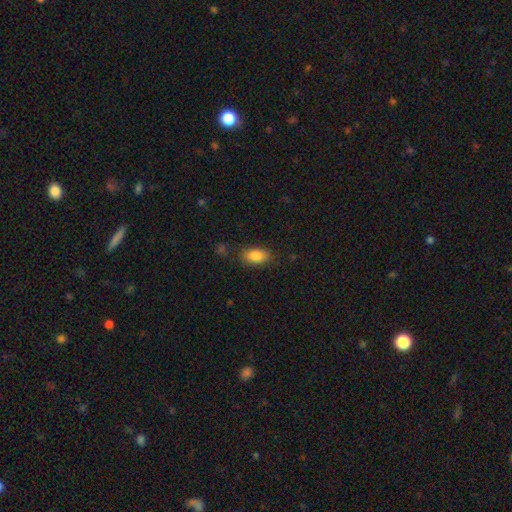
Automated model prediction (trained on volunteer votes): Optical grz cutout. It shows a smooth galaxy with no disk features (85%) that is in between round and cigar-shaped (89%). Merging: none (80%).